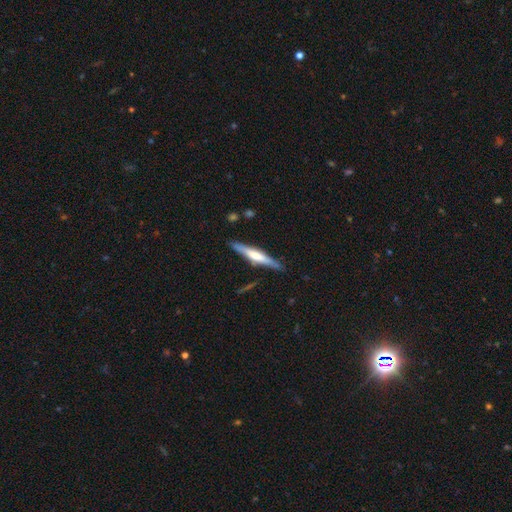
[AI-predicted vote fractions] A featured or disk galaxy (59%) viewed edge-on (96%) with a rounded central bulge (58%).

Vote fractions:
- Smooth or featured? featured or disk: 59% / smooth: 35% / star or artifact: 6%
- Edge-on disk? yes: 96% / no: 4%
- Edge-on bulge? rounded: 58% / boxy: 28% / none: 14%
- Merging? none: 86% / minor disturbance: 10% / major disturbance: 2% / merger: 2%